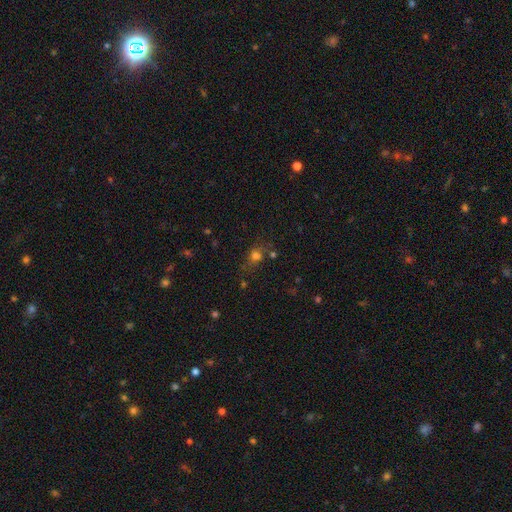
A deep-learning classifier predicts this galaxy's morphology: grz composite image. It shows a smooth galaxy with no disk features (62%) that is round (52%). Merging: none (57%).